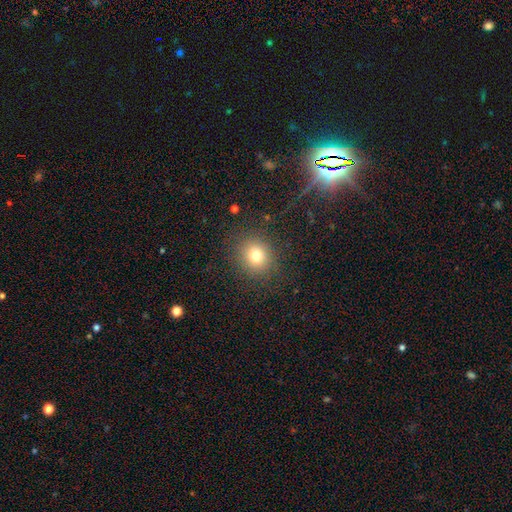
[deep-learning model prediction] Smooth or featured?
  - smooth: 76% *
  - star or artifact: 14%
  - featured or disk: 10%
How rounded?
  - round: 81% *
  - in between: 18%
  - cigar-shaped: 1%
Merging?
  - none: 87% *
  - minor disturbance: 8%
  - major disturbance: 4%
  - merger: 1%